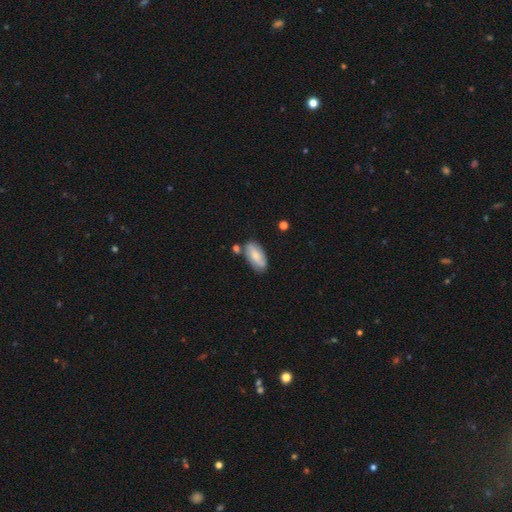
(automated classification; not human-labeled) Morphology: type=smooth (62%); roundness=in between (88%); merging=none (71%).